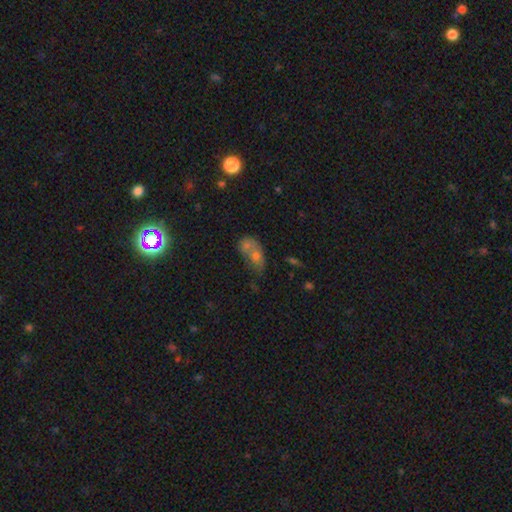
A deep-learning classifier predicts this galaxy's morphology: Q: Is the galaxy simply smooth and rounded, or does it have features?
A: smooth — 60%.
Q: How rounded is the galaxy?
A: in between — 71%.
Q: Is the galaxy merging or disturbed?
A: merger — 60%.